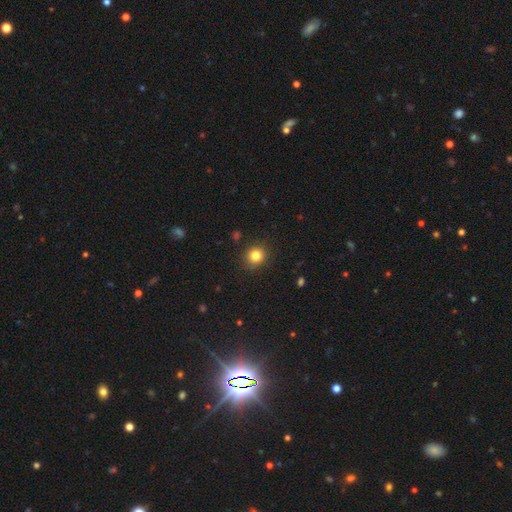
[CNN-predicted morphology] This appears to be a smooth galaxy with no disk features (82%) that is round (86%). Merging: none (88%).